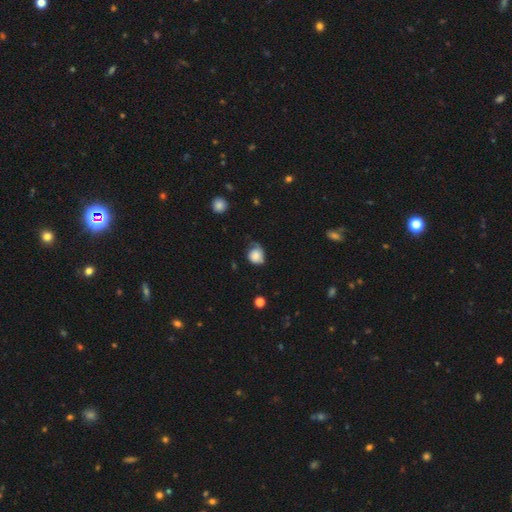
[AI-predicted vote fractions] smooth 73%, featured or disk 19%, star or artifact 8%. Down the decision tree: how rounded — round (72%); merging — none (41%).